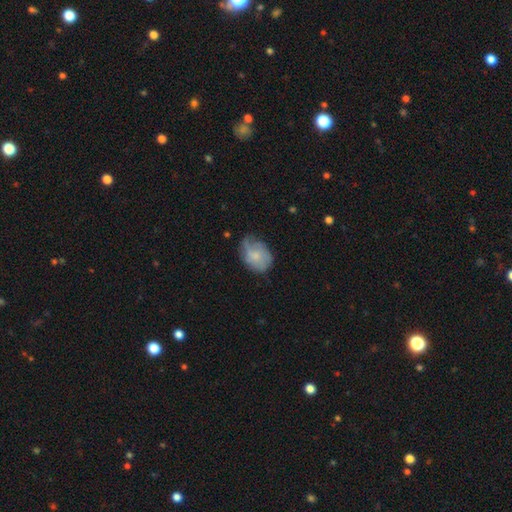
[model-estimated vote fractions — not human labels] Smooth or featured?
  - smooth: 59% *
  - featured or disk: 34%
  - star or artifact: 7%
How rounded?
  - in between: 72% *
  - round: 27%
  - cigar-shaped: 1%
Merging?
  - none: 48% *
  - minor disturbance: 36%
  - major disturbance: 15%
  - merger: 2%